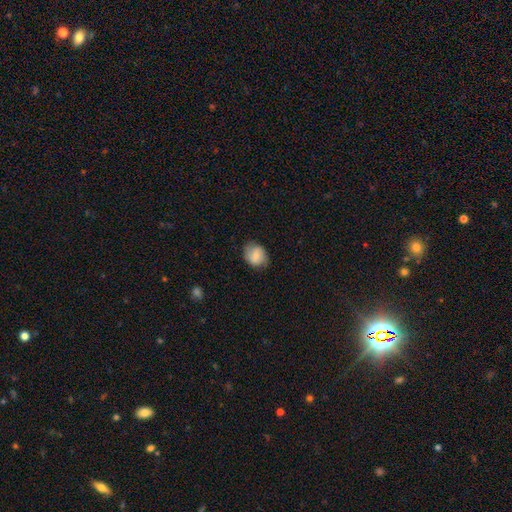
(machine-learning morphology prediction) smooth_or_featured: smooth (p=0.73) [alt: featured or disk p=0.19]
how_rounded: round (p=0.55) [alt: in between p=0.44]
merging: none (p=0.74) [alt: minor disturbance p=0.20]